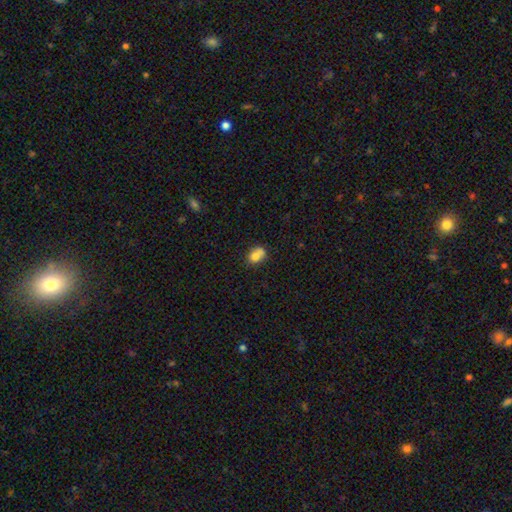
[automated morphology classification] Smooth or featured?
  - smooth: 75% *
  - featured or disk: 15%
  - star or artifact: 10%
How rounded?
  - in between: 54% *
  - round: 45%
  - cigar-shaped: 1%
Merging?
  - merger: 40% *
  - none: 38%
  - minor disturbance: 16%
  - major disturbance: 6%